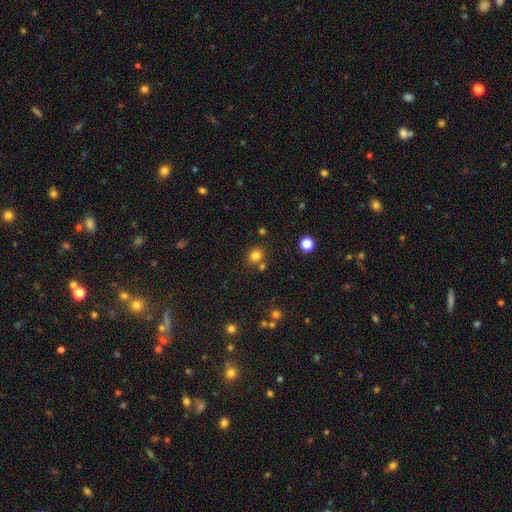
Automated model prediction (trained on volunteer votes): smooth_or_featured: smooth (p=0.79) [alt: star or artifact p=0.15]
how_rounded: round (p=0.80) [alt: in between p=0.19]
merging: none (p=0.77) [alt: merger p=0.11]